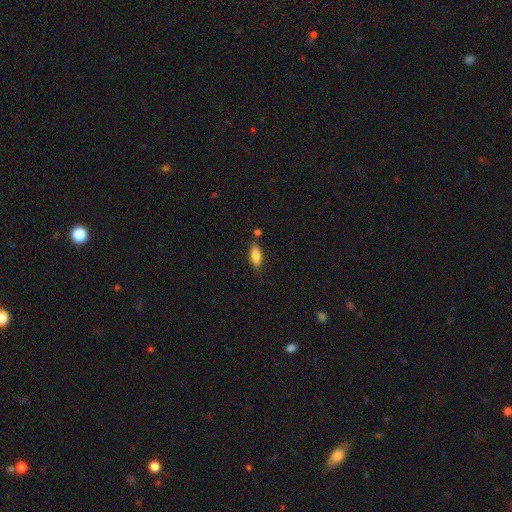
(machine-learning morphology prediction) This appears to be a smooth galaxy with no disk features (81%) that is in between round and cigar-shaped (71%). Merging: none (74%).